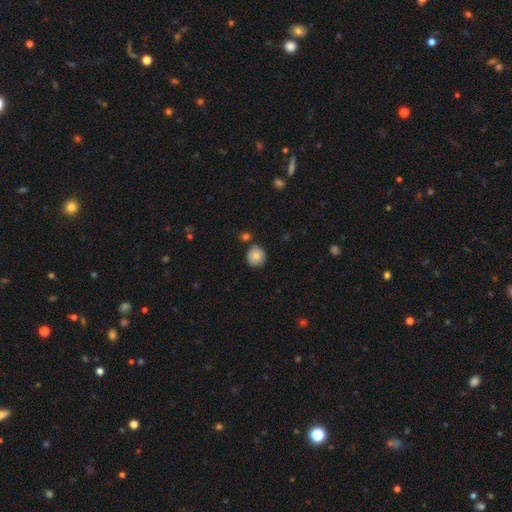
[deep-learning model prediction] The model was most divided on "merging": none: 81%, minor disturbance: 10%, merger: 7%, major disturbance: 2%. More confident: how rounded — round (89%); smooth or featured — smooth (85%).